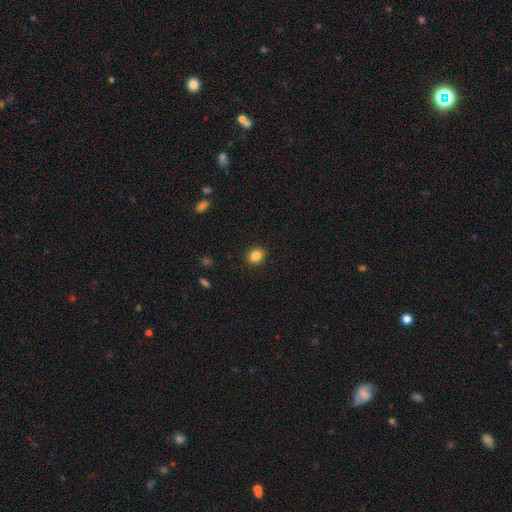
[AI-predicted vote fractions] smooth 85%, star or artifact 10%, featured or disk 5%. Down the decision tree: how rounded — round (57%); merging — none (90%).